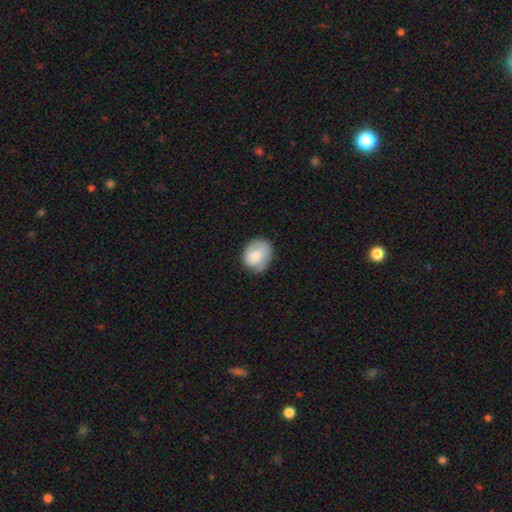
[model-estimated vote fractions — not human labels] A smooth galaxy with no disk features (70%) that is round (53%). Merging: none (63%).